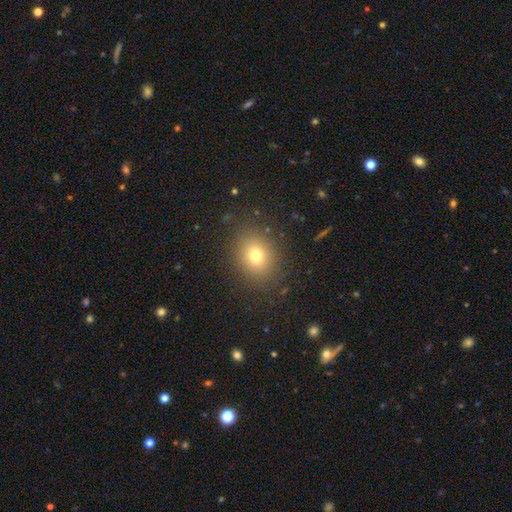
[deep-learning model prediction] This is likely a smooth galaxy (74%). How rounded: possibly round (56%). Merging: clearly none (87%).